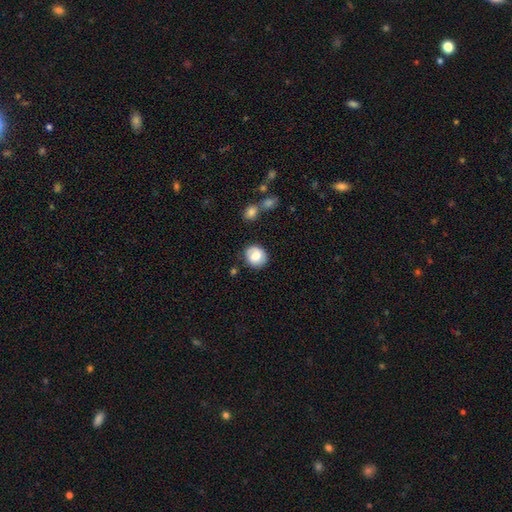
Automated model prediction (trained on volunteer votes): smooth 77%, featured or disk 15%, star or artifact 8%. Down the decision tree: how rounded — round (79%); merging — none (80%).